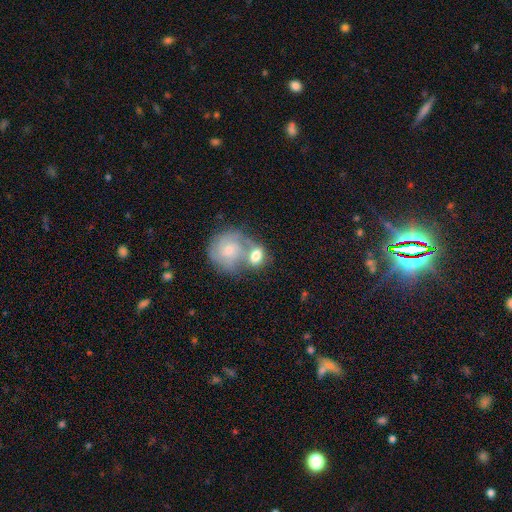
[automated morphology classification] Smooth or featured? Predicted: featured or disk (p=0.48). Merging? Predicted: merger (p=0.56).